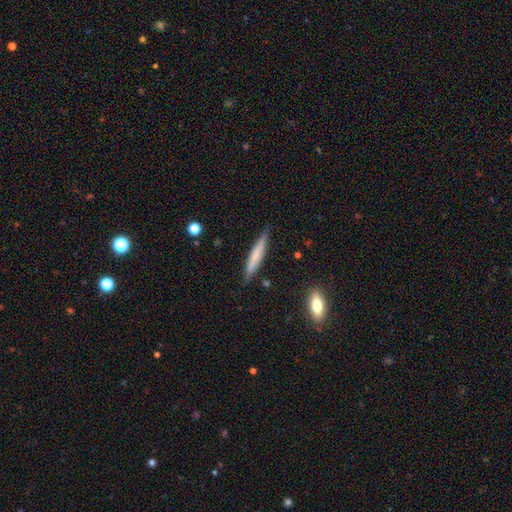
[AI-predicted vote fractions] Smooth or featured? smooth (60%)
How rounded? cigar-shaped (92%)
Merging? none (84%)